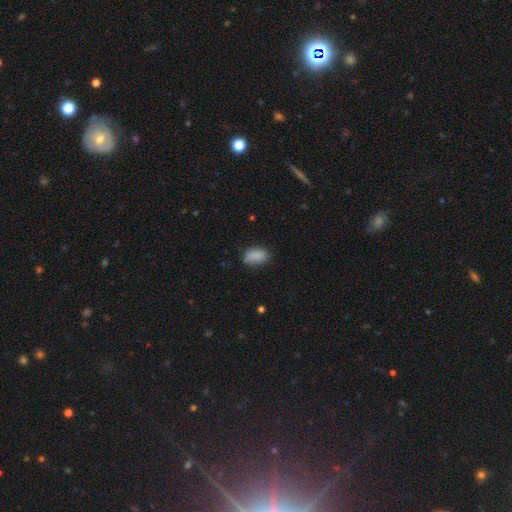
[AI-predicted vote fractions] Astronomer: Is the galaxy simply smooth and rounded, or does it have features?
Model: smooth — 85%.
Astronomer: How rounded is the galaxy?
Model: in between — 88%.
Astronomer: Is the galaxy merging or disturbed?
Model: none — 65%.